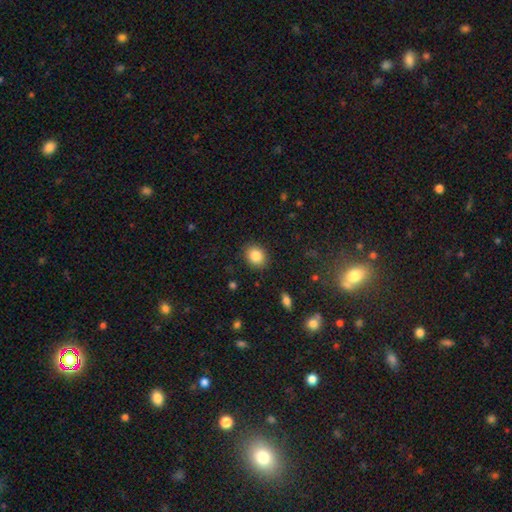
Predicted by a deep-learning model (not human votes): Smooth or featured: smooth — 85% (star or artifact — 9%)
How rounded: round — 62% (in between — 37%)
Merging: none — 88% (minor disturbance — 8%)